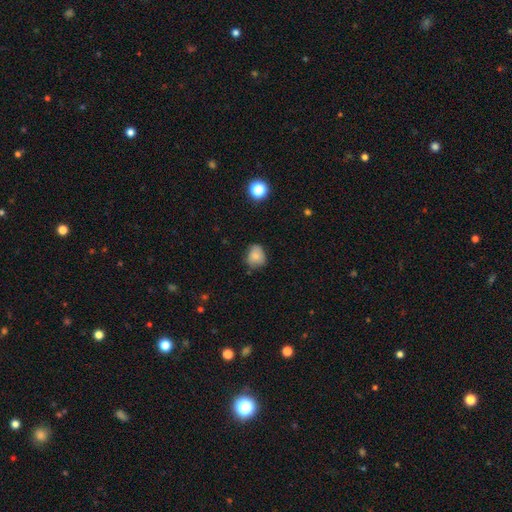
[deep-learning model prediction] Overall: smooth (78%). How rounded: round (54%; in between 45%). Merging: none (60%; minor disturbance 31%).